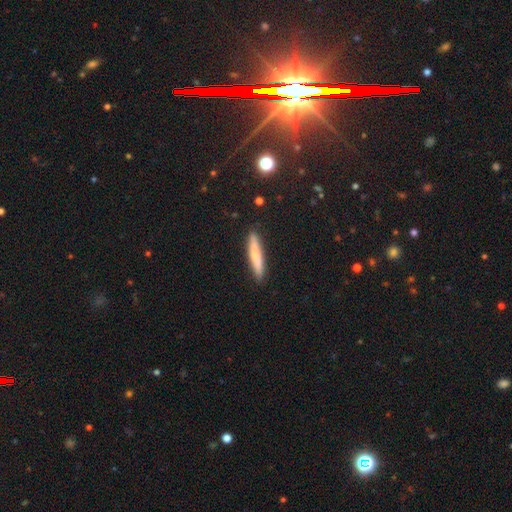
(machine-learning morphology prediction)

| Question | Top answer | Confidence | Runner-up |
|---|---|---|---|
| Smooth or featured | smooth | 70% | featured or disk (24%) |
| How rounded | cigar-shaped | 93% | in between (6%) |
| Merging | none | 89% | minor disturbance (8%) |